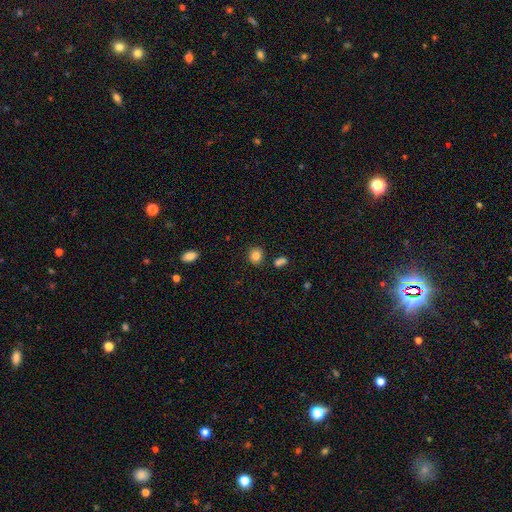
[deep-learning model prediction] Smooth or featured? smooth (85%)
How rounded? round (79%)
Merging? none (84%)